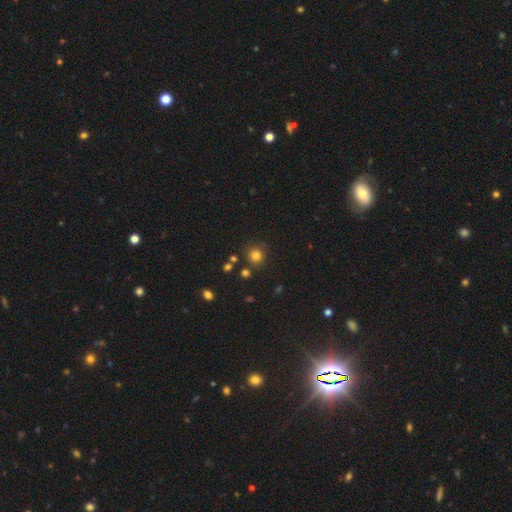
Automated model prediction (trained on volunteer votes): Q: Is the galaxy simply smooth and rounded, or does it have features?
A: smooth — 80%.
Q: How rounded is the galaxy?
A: round — 90%.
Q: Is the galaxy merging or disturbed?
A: none — 79%.